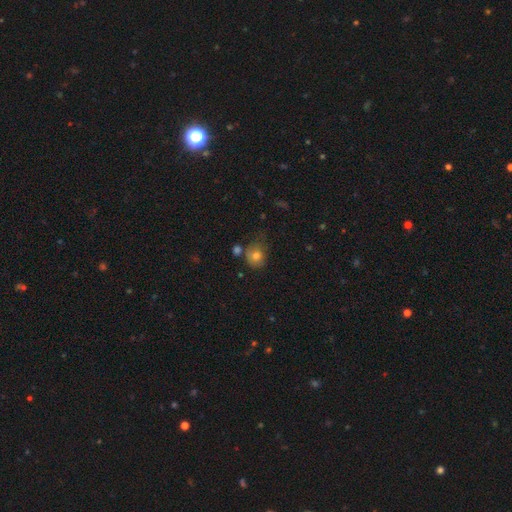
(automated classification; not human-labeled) smooth_or_featured: smooth (p=0.78) [alt: featured or disk p=0.12]
how_rounded: round (p=0.71) [alt: in between p=0.28]
merging: none (p=0.52) [alt: minor disturbance p=0.27]